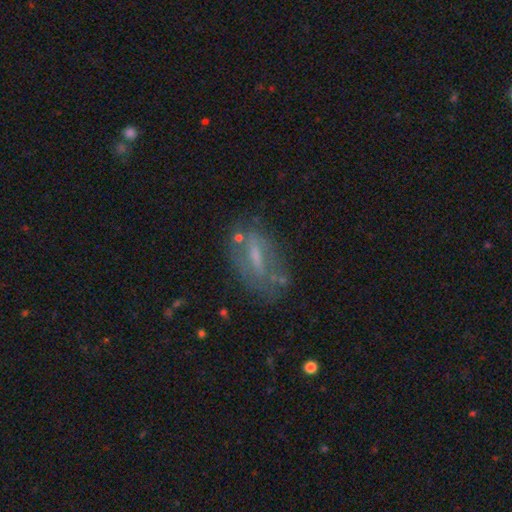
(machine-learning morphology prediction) A featured or disk galaxy (54%). Merging: none (60%).